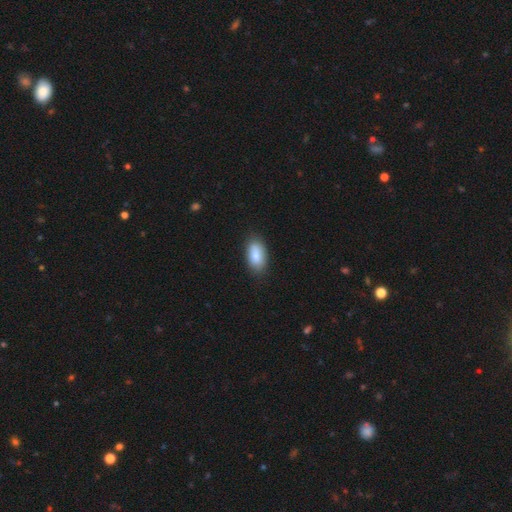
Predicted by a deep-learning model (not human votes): Smooth or featured? smooth (83%)
How rounded? in between (93%)
Merging? none (84%)